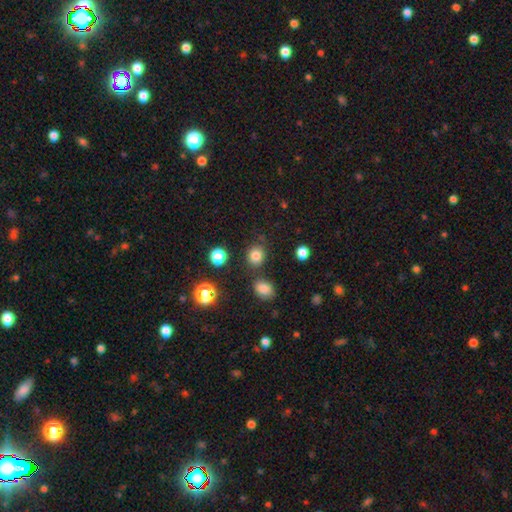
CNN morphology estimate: Smooth or featured? Predicted: smooth (p=0.81). How rounded? Predicted: round (p=0.76). Merging? Predicted: none (p=0.78).